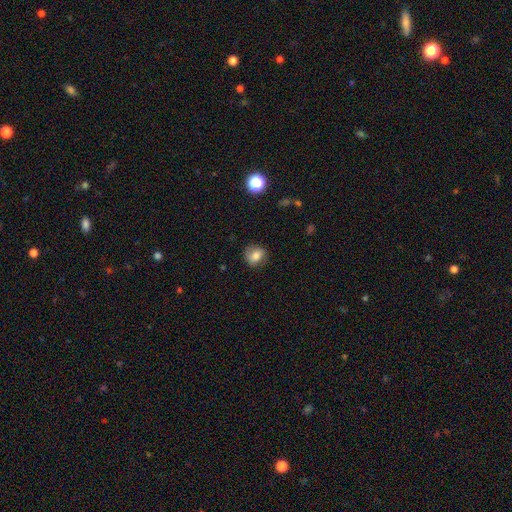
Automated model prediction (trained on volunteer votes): Overall: smooth (74%). How rounded: round (65%; in between 34%). Merging: none (75%).